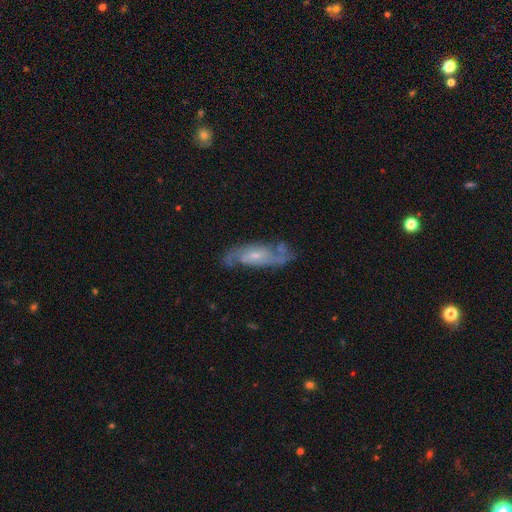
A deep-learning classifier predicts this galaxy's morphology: smooth-or-featured: featured or disk: 79% | smooth: 15% | star or artifact: 6%
  disk-edge-on: no: 86% | yes: 14%
    bar: no: 58% | weak: 33% | strong: 9%
    has-spiral-arms: yes: 91% | no: 9%
      spiral-winding: medium: 46% | tight: 30% | loose: 24%
      spiral-arm-count: 2: 74% | can't tell: 15% | 3: 5% | 1: 2% | 4: 2% | more than 4: 2%
    bulge-size: small: 66% | moderate: 28% | none: 3% | large: 2% | dominant: 1%
  merging: none: 70% | minor disturbance: 19% | major disturbance: 8% | merger: 3%